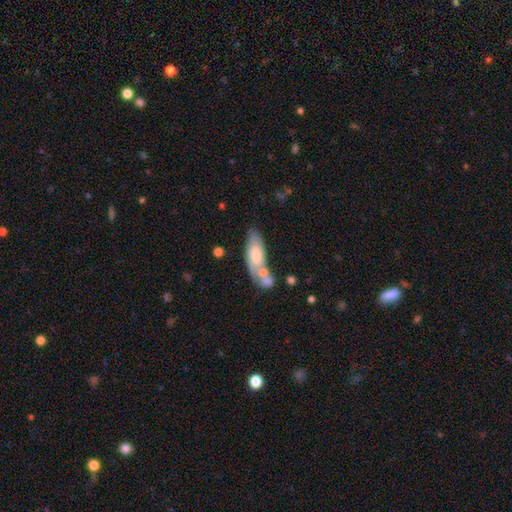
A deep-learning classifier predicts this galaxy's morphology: The model was most divided on "merging": none: 49%, merger: 29%, minor disturbance: 17%, major disturbance: 5%. More confident: how rounded — in between (71%); smooth or featured — smooth (67%).